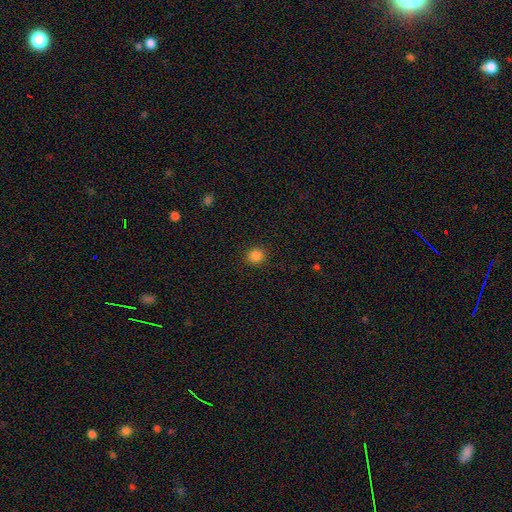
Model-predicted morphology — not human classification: Smooth or featured?
  - smooth: 85% *
  - star or artifact: 12%
  - featured or disk: 3%
How rounded?
  - round: 90% *
  - in between: 9%
  - cigar-shaped: 1%
Merging?
  - none: 91% *
  - minor disturbance: 6%
  - major disturbance: 2%
  - merger: 1%